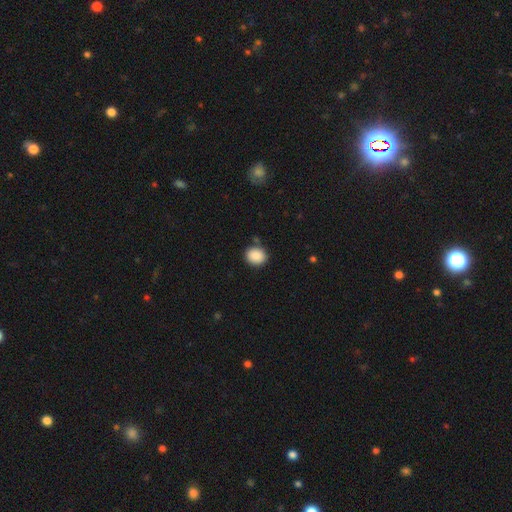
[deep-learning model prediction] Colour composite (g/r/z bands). It shows a smooth galaxy with no disk features (89%) that is round (69%). Merging: none (86%).